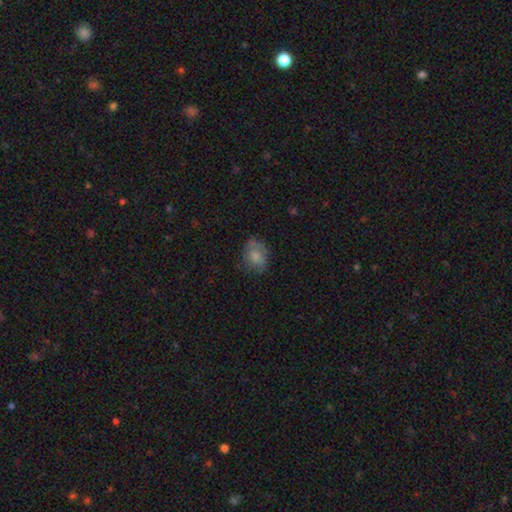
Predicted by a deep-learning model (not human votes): Smooth or featured?
  - smooth: 63% *
  - featured or disk: 27%
  - star or artifact: 10%
How rounded?
  - in between: 65% *
  - round: 34%
  - cigar-shaped: 1%
Merging?
  - none: 57% *
  - minor disturbance: 28%
  - major disturbance: 14%
  - merger: 2%